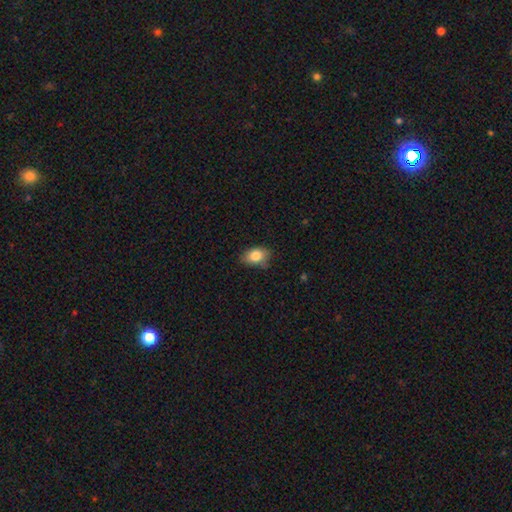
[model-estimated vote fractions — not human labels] Smooth or featured: smooth — 84% (star or artifact — 8%)
How rounded: in between — 80% (round — 18%)
Merging: none — 73% (minor disturbance — 21%)